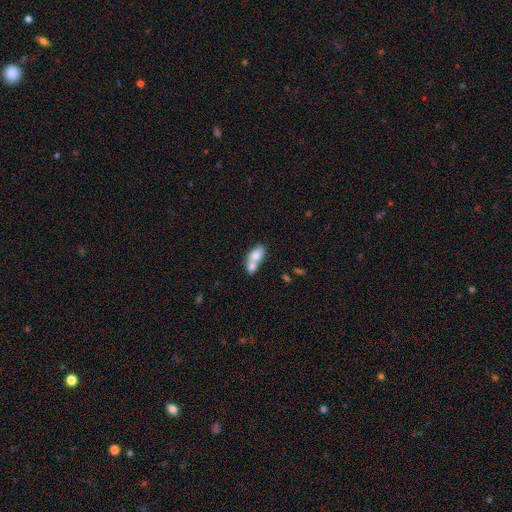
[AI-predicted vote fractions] A smooth galaxy with no disk features (75%) that is in between round and cigar-shaped (82%). Merging: merger (69%).